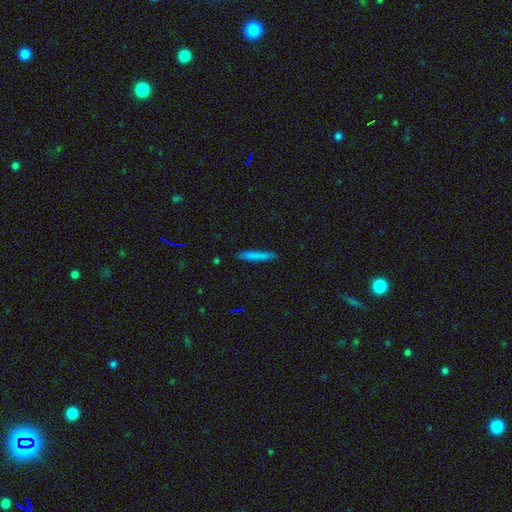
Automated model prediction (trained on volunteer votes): A smooth galaxy with no disk features (79%) that is cigar-shaped (92%).

Vote fractions:
- Smooth or featured? smooth: 79% / featured or disk: 14% / star or artifact: 8%
- How rounded? cigar-shaped: 92% / in between: 7% / round: 1%
- Merging? none: 86% / minor disturbance: 11% / major disturbance: 2% / merger: 1%